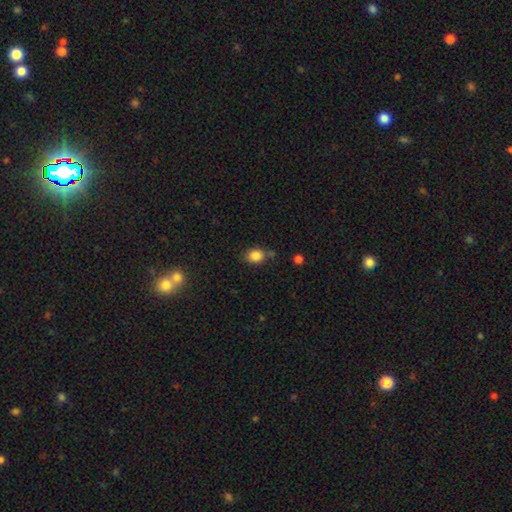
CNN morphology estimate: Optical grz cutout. It shows a smooth galaxy with no disk features (85%) that is in between round and cigar-shaped (54%). Merging: none (68%).